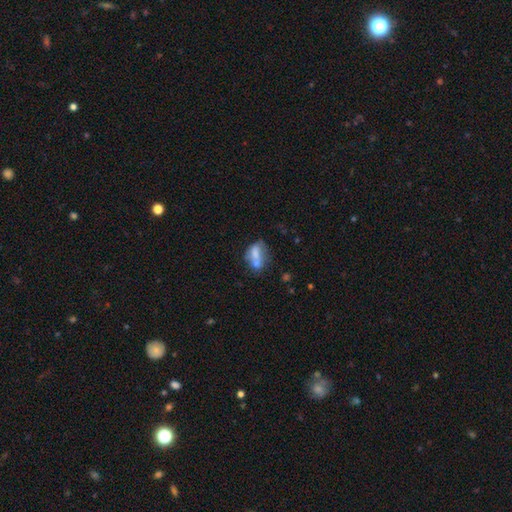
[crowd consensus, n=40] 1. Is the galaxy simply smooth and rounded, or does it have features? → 52% smooth, 42% featured or disk, 5% star or artifact.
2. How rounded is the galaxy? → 81% in between, 14% cigar-shaped, 5% round.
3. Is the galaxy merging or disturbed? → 53% merger, 26% none, 18% minor disturbance, 3% major disturbance.